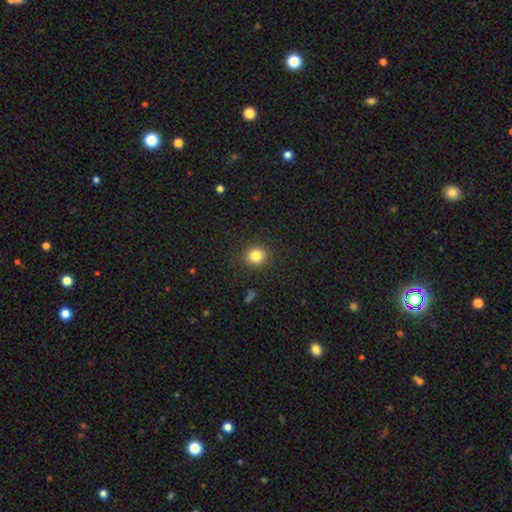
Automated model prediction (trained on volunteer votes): Smooth or featured? smooth (82%)
How rounded? round (90%)
Merging? none (90%)